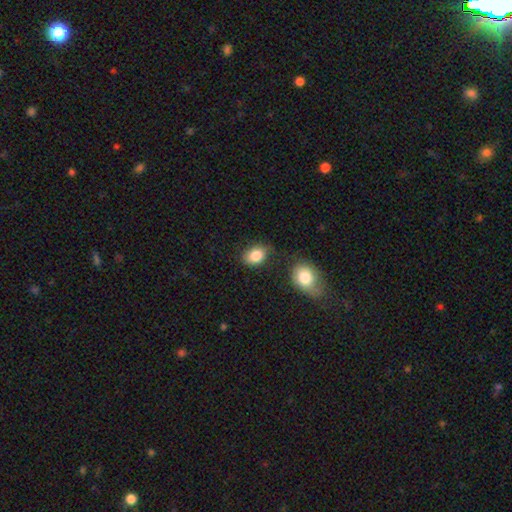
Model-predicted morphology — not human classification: type=smooth (85%); roundness=in between (72%); merging=none (67%).